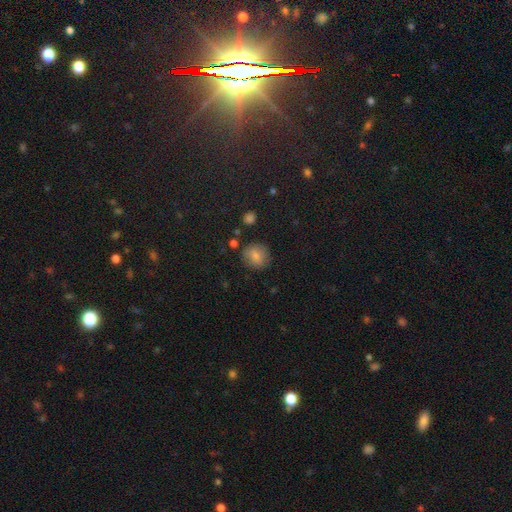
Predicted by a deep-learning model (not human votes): smooth_or_featured: smooth (p=0.80) [alt: featured or disk p=0.10]
how_rounded: round (p=0.85) [alt: in between p=0.14]
merging: none (p=0.81) [alt: minor disturbance p=0.13]